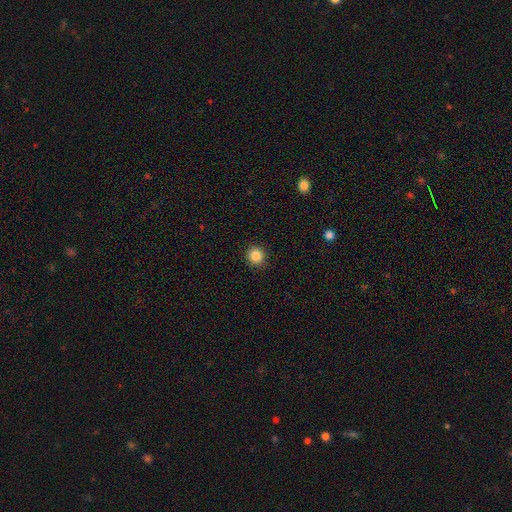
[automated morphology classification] The model was most divided on "smooth or featured": smooth: 87%, star or artifact: 10%, featured or disk: 3%. More confident: merging — none (91%); how rounded — round (91%).